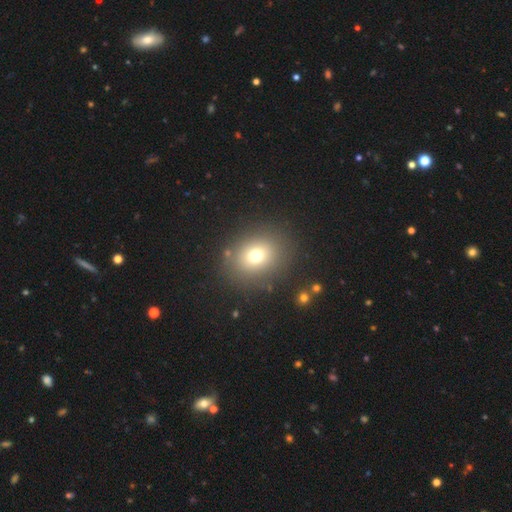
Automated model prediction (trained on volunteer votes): Smooth or featured: smooth — 71% (star or artifact — 17%)
How rounded: round — 67% (in between — 32%)
Merging: none — 85% (minor disturbance — 8%)